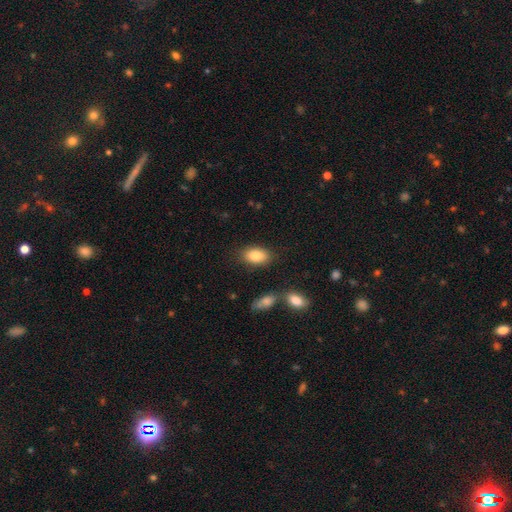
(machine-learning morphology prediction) Q: Smooth or featured?
A: smooth (83%); runner-up: featured or disk (10%)
Q: How rounded?
A: in between (90%); runner-up: round (8%)
Q: Merging?
A: none (83%); runner-up: minor disturbance (11%)